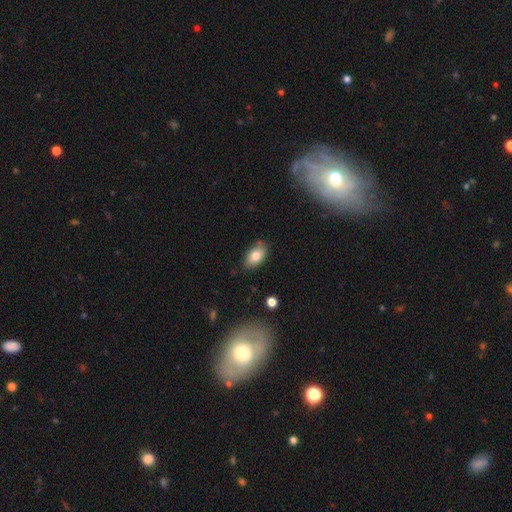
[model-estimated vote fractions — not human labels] Overall: smooth (80%). How rounded: in between (91%). Merging: none (79%).